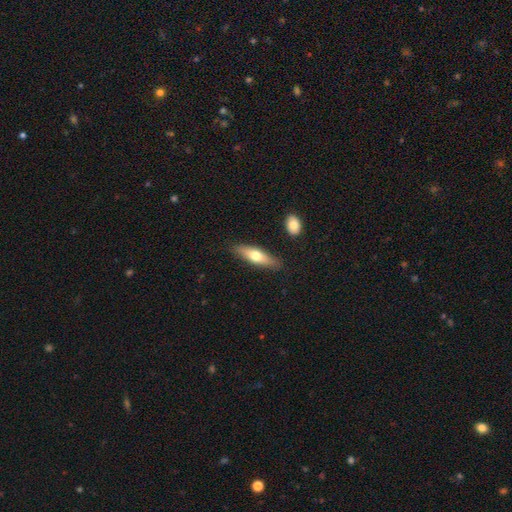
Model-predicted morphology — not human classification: Smooth or featured?
  - smooth: 60% *
  - featured or disk: 35%
  - star or artifact: 6%
How rounded?
  - cigar-shaped: 56% *
  - in between: 42%
  - round: 2%
Merging?
  - none: 84% *
  - minor disturbance: 11%
  - major disturbance: 2%
  - merger: 2%